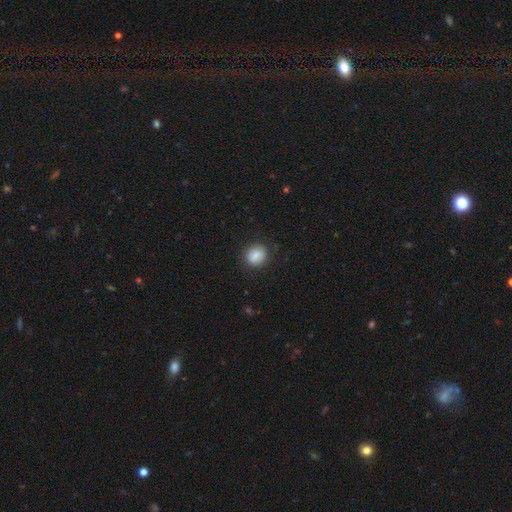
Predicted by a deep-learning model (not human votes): Smooth or featured? smooth (81%)
How rounded? round (77%)
Merging? none (86%)